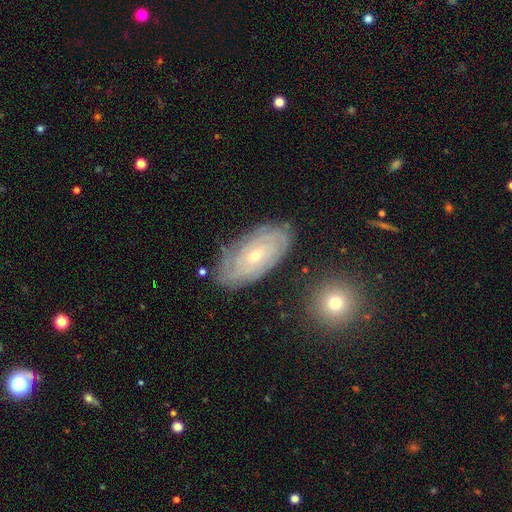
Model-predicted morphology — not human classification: Smooth or featured?
  - featured or disk: 79% *
  - smooth: 14%
  - star or artifact: 7%
Edge-on disk?
  - no: 93% *
  - yes: 7%
Bar?
  - no: 74% *
  - weak: 21%
  - strong: 5%
Spiral arms?
  - yes: 92% *
  - no: 8%
Spiral winding?
  - tight: 82% *
  - medium: 14%
  - loose: 4%
Spiral arm count?
  - can't tell: 53% *
  - 2: 16%
  - 3: 11%
  - 4: 9%
  - more than 4: 6%
  - 1: 5%
Bulge size?
  - small: 68% *
  - moderate: 29%
  - large: 1%
  - none: 1%
  - dominant: 1%
Merging?
  - none: 80% *
  - minor disturbance: 15%
  - major disturbance: 4%
  - merger: 2%